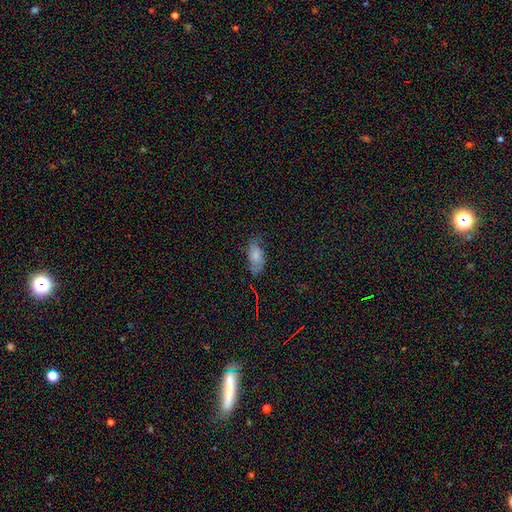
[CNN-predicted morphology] smooth 67%, featured or disk 21%, star or artifact 12%. Down the decision tree: how rounded — in between (91%); merging — none (63%).